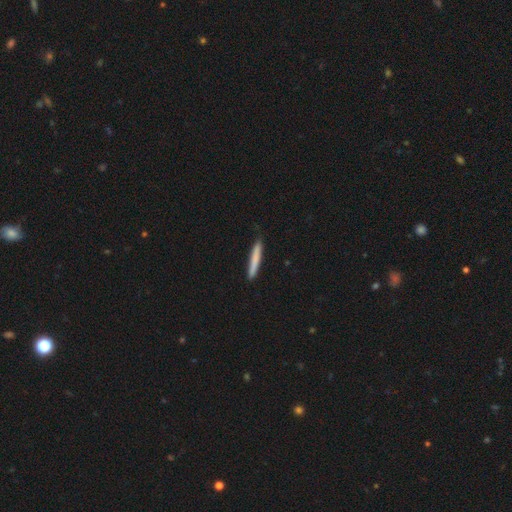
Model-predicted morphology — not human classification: A smooth galaxy with no disk features (76%) that is cigar-shaped (96%).

Vote fractions:
- Smooth or featured? smooth: 76% / featured or disk: 19% / star or artifact: 6%
- How rounded? cigar-shaped: 96% / in between: 2% / round: 1%
- Merging? none: 90% / minor disturbance: 8% / major disturbance: 1% / merger: 1%